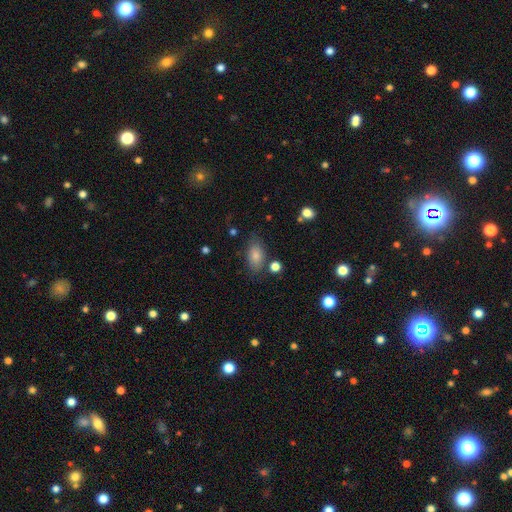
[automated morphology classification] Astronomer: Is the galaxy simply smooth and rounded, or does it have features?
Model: smooth — 82%.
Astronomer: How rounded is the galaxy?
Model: in between — 89%.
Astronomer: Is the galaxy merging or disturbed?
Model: none — 75%.